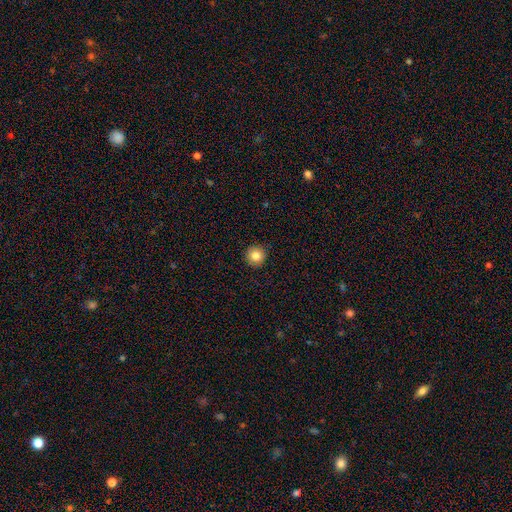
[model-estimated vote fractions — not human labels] smooth_or_featured: smooth (p=0.84) [alt: star or artifact p=0.10]
how_rounded: round (p=0.95) [alt: in between p=0.04]
merging: none (p=0.92) [alt: minor disturbance p=0.06]